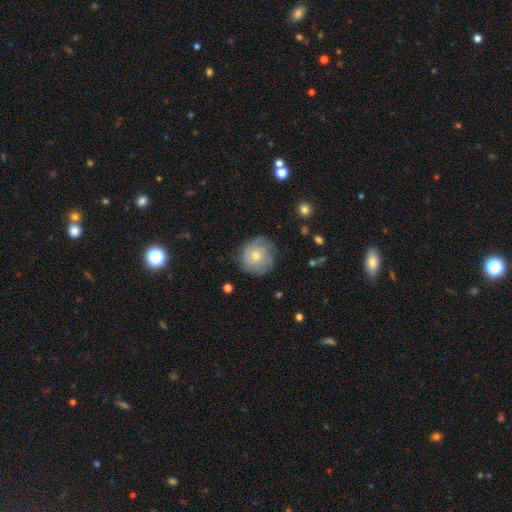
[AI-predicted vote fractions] smooth_or_featured: featured or disk (p=0.61) [alt: smooth p=0.30]
disk_edge_on: no (p=0.97) [alt: yes p=0.03]
bar: no (p=0.81) [alt: weak p=0.17]
has_spiral_arms: yes (p=0.87) [alt: no p=0.13]
spiral_winding: tight (p=0.67) [alt: medium p=0.25]
spiral_arm_count: can't tell (p=0.40) [alt: 2 p=0.25]
bulge_size: small (p=0.52) [alt: moderate p=0.44]
merging: none (p=0.77) [alt: minor disturbance p=0.16]